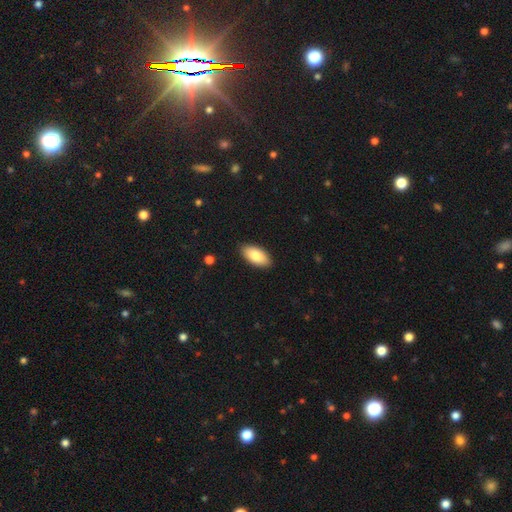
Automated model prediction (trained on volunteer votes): Smooth or featured: smooth — 83% (featured or disk — 11%)
How rounded: in between — 93% (cigar-shaped — 5%)
Merging: none — 89% (minor disturbance — 8%)